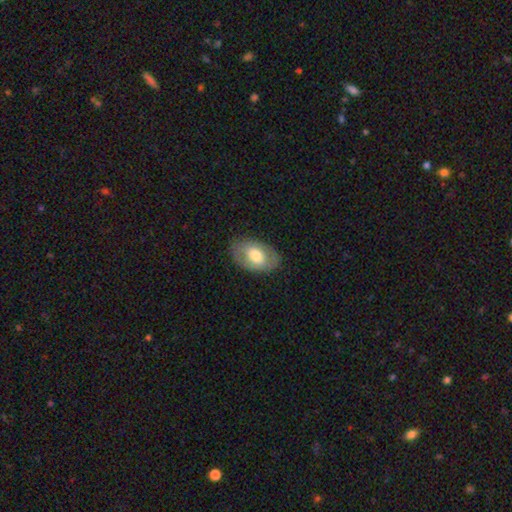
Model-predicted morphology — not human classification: A smooth galaxy with no disk features (59%) that is in between round and cigar-shaped (87%).

Vote fractions:
- Smooth or featured? smooth: 59% / featured or disk: 35% / star or artifact: 6%
- How rounded? in between: 87% / round: 11% / cigar-shaped: 1%
- Merging? none: 80% / minor disturbance: 13% / major disturbance: 5% / merger: 1%